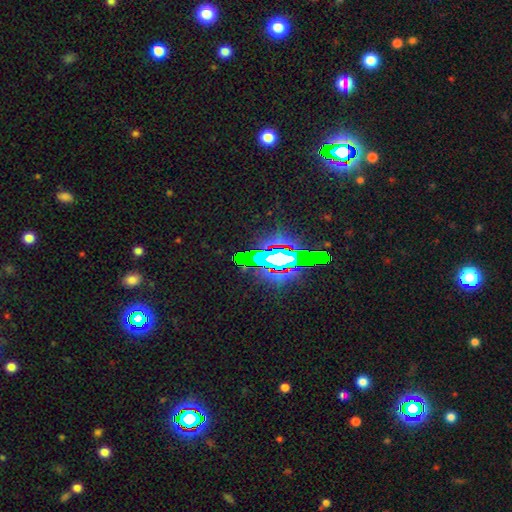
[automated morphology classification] star or artifact 68%, featured or disk 18%, smooth 14%.